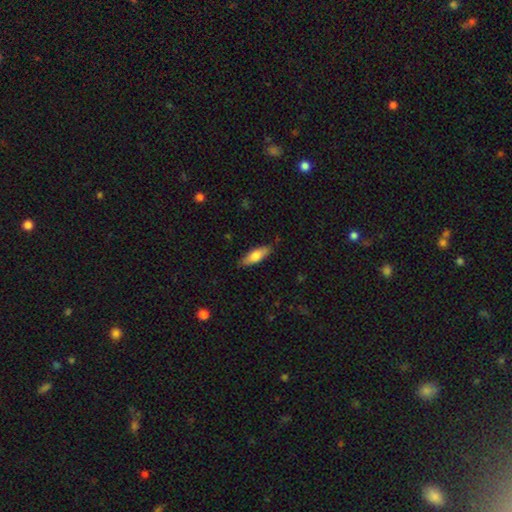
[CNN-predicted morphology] Smooth or featured? Predicted: smooth (p=0.74). How rounded? Predicted: in between (p=0.60). Merging? Predicted: none (p=0.82).